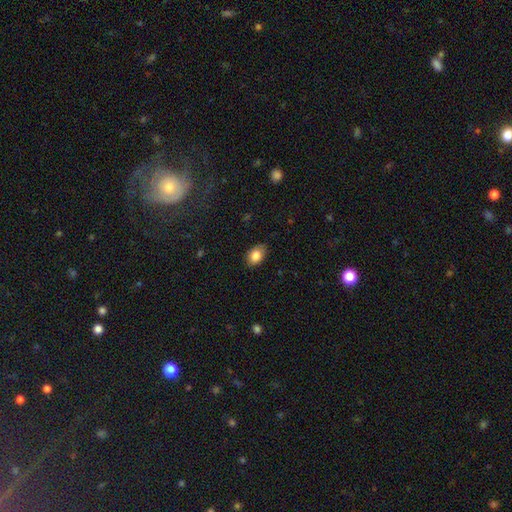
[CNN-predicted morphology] Smooth or featured? smooth (84%)
How rounded? in between (83%)
Merging? none (83%)